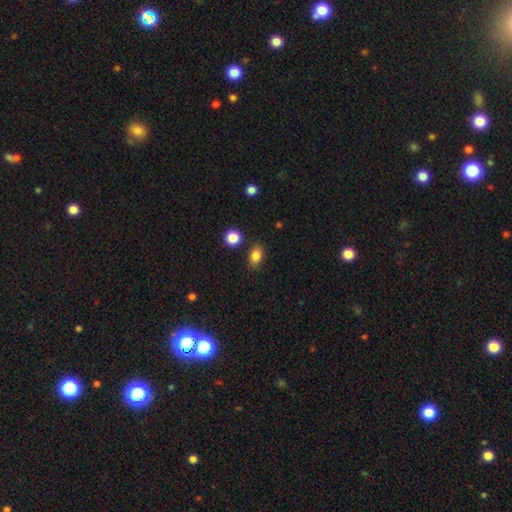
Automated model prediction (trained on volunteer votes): Q: Smooth or featured?
A: smooth (84%); runner-up: star or artifact (11%)
Q: How rounded?
A: in between (72%); runner-up: round (26%)
Q: Merging?
A: none (81%); runner-up: minor disturbance (12%)